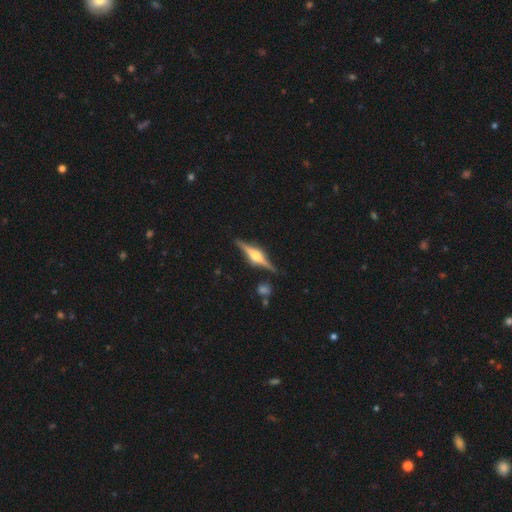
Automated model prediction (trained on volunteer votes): Morphology: type=featured or disk (84%); edge-on=yes (98%); edge-on bulge=rounded (94%); merging=none (88%).